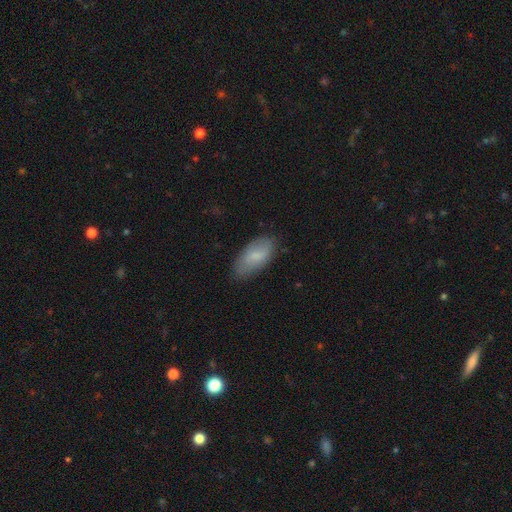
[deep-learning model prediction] Smooth or featured? Predicted: smooth (p=0.77). How rounded? Predicted: in between (p=0.91). Merging? Predicted: none (p=0.77).